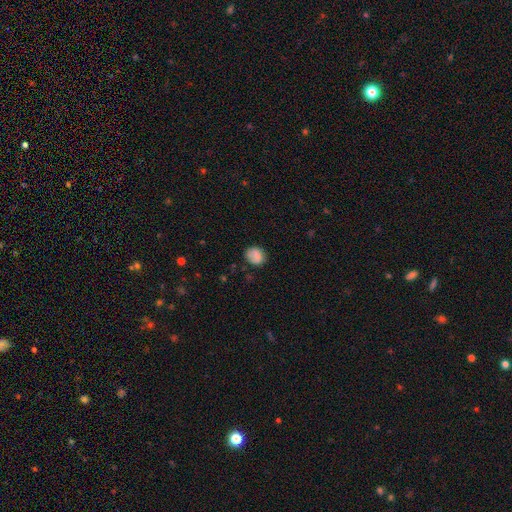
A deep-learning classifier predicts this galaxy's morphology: A smooth galaxy with no disk features (82%) that is round (63%). Merging: none (73%).